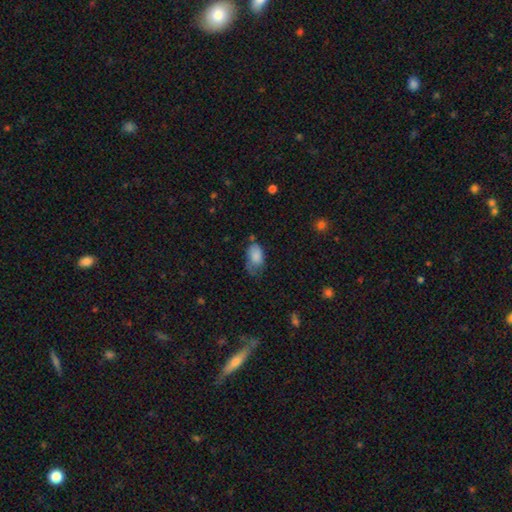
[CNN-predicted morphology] Q: Smooth or featured?
A: smooth (83%); runner-up: featured or disk (10%)
Q: How rounded?
A: in between (91%); runner-up: round (7%)
Q: Merging?
A: minor disturbance (40%); runner-up: none (35%)